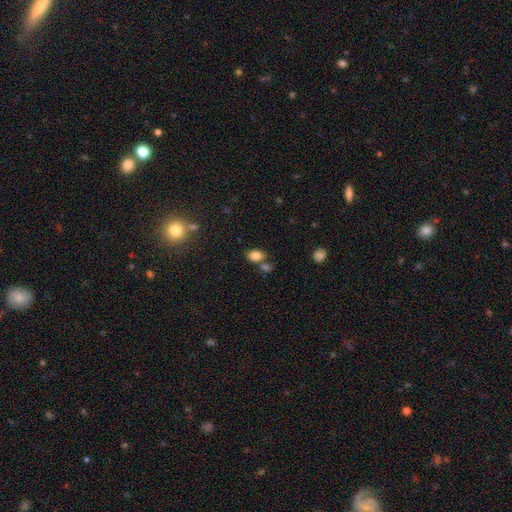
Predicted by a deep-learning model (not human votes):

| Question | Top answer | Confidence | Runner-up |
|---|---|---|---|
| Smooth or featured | smooth | 82% | star or artifact (10%) |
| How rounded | in between | 82% | round (16%) |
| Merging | none | 61% | merger (23%) |